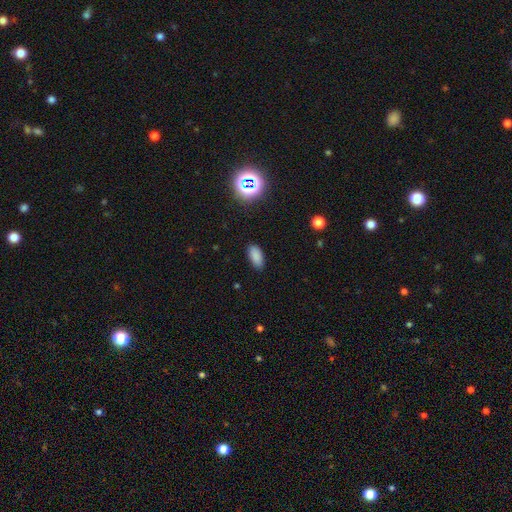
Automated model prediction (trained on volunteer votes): Smooth or featured? Predicted: smooth (p=0.83). How rounded? Predicted: in between (p=0.90). Merging? Predicted: none (p=0.86).